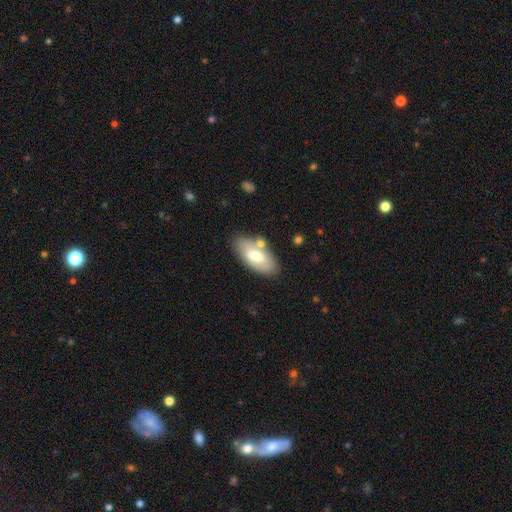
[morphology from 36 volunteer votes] Smooth or featured: smooth — 69% (featured or disk — 22%)
How rounded: in between — 96% (round — 4%)
Merging: none — 76% (minor disturbance — 18%)